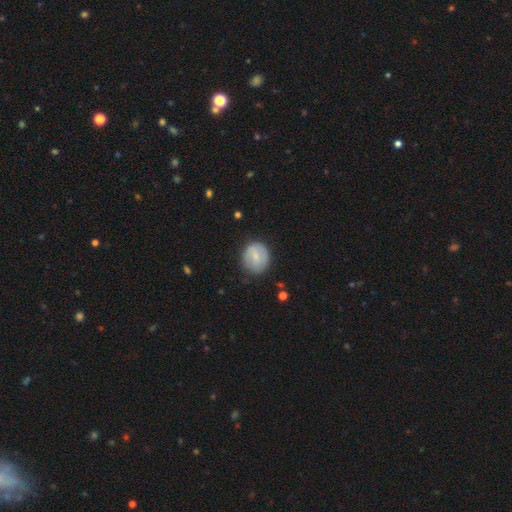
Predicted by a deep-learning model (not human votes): A smooth galaxy with no disk features (69%) that is round (79%).

Vote fractions:
- Smooth or featured? smooth: 69% / featured or disk: 24% / star or artifact: 7%
- How rounded? round: 79% / in between: 20% / cigar-shaped: 1%
- Merging? none: 73% / minor disturbance: 20% / major disturbance: 6% / merger: 1%